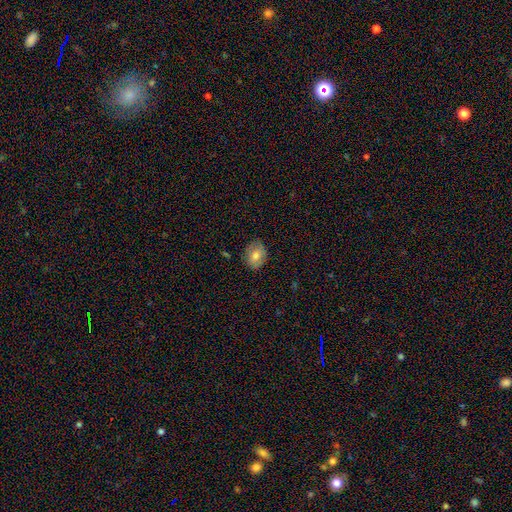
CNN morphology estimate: This is likely a smooth galaxy (70%). How rounded: likely in between (62%). Merging: clearly none (80%).